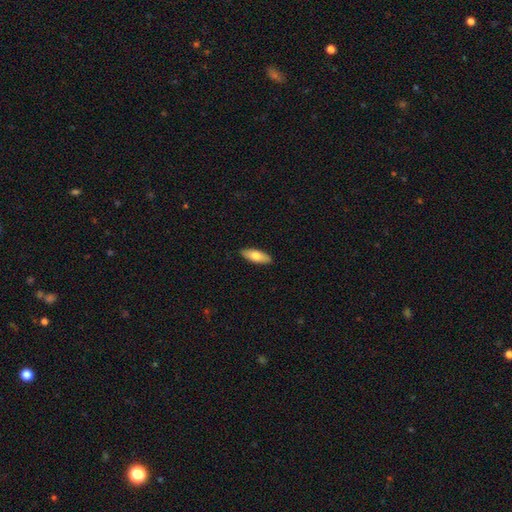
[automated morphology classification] Overall: smooth (74%). How rounded: in between (68%; cigar-shaped 29%). Merging: none (89%).